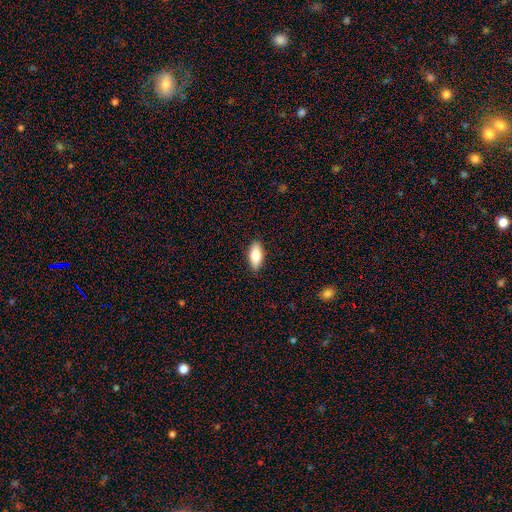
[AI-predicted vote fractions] smooth-or-featured: smooth: 76% | featured or disk: 18% | star or artifact: 7%
  how-rounded: in between: 85% | cigar-shaped: 12% | round: 3%
  merging: none: 88% | minor disturbance: 9% | major disturbance: 2% | merger: 1%